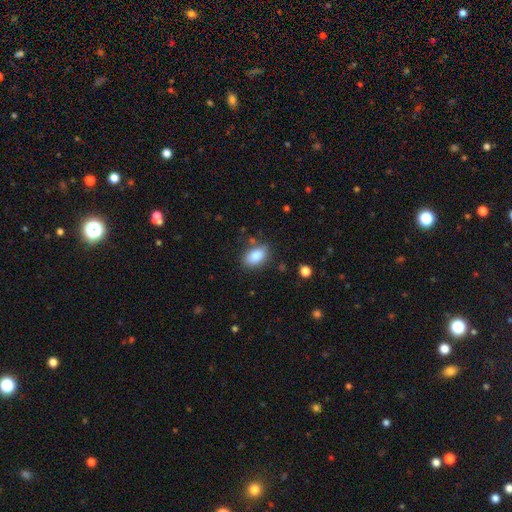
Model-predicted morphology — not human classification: smooth 85%, star or artifact 8%, featured or disk 7%. Down the decision tree: how rounded — in between (89%); merging — none (79%).